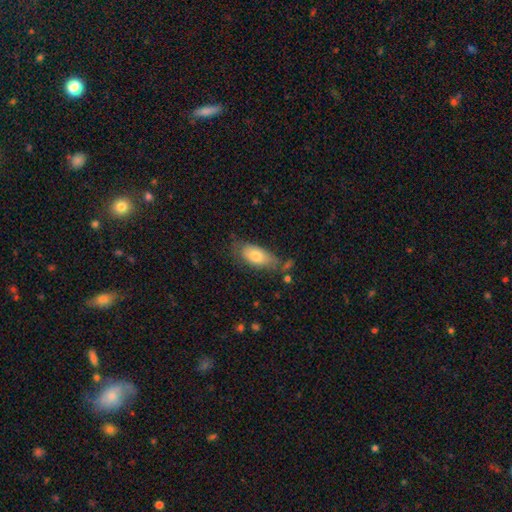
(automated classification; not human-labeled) smooth-or-featured: smooth: 76% | featured or disk: 18% | star or artifact: 6%
  how-rounded: in between: 87% | cigar-shaped: 10% | round: 3%
  merging: none: 56% | minor disturbance: 29% | major disturbance: 10% | merger: 5%